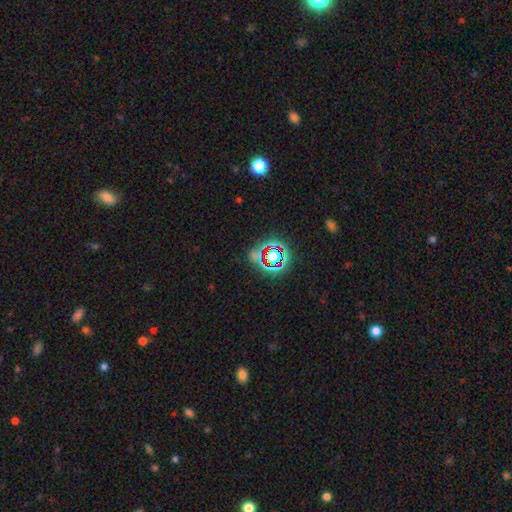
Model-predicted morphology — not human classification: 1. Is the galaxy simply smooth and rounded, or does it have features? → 73% star or artifact, 17% smooth, 10% featured or disk.